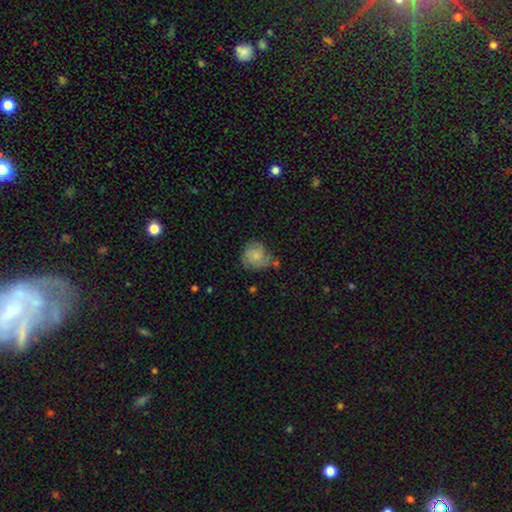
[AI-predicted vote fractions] smooth_or_featured: smooth (p=0.56) [alt: featured or disk p=0.36]
how_rounded: round (p=0.78) [alt: in between p=0.21]
merging: none (p=0.55) [alt: minor disturbance p=0.28]